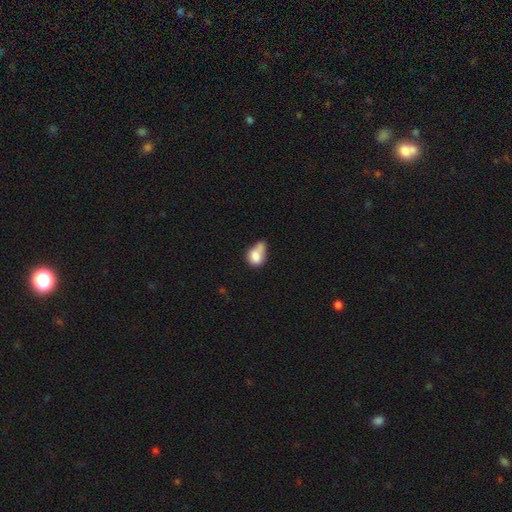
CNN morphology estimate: type=smooth (75%); roundness=in between (64%); merging=merger (33%).